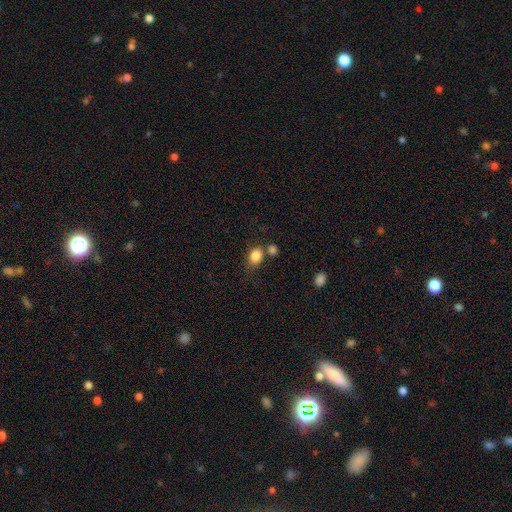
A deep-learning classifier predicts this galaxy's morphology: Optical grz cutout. It shows a smooth galaxy with no disk features (85%) that is in between round and cigar-shaped (60%). Merging: none (58%).